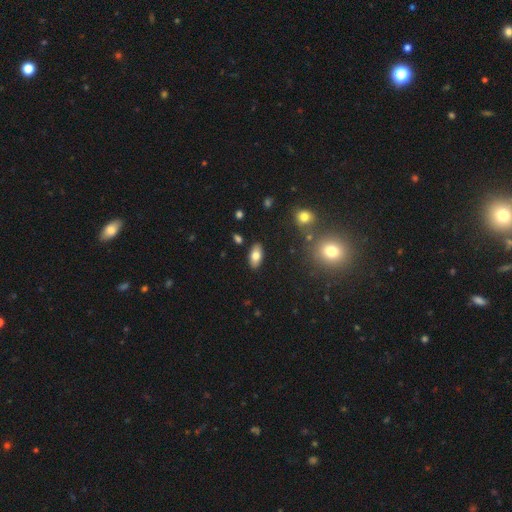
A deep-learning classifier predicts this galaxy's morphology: A smooth galaxy with no disk features (76%) that is in between round and cigar-shaped (90%). Merging: none (88%).